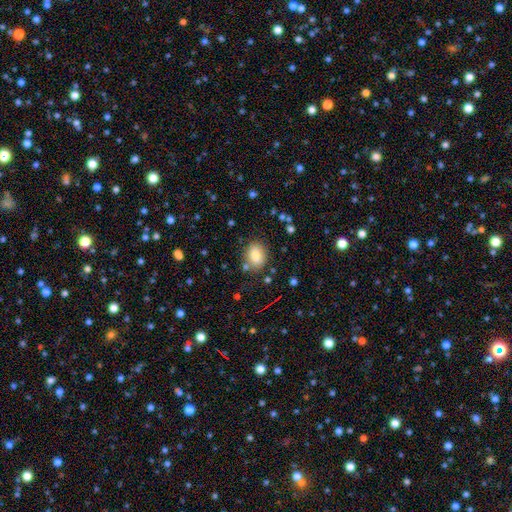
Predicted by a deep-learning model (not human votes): This is clearly a smooth galaxy (81%). How rounded: likely in between (64%). Merging: likely none (79%).